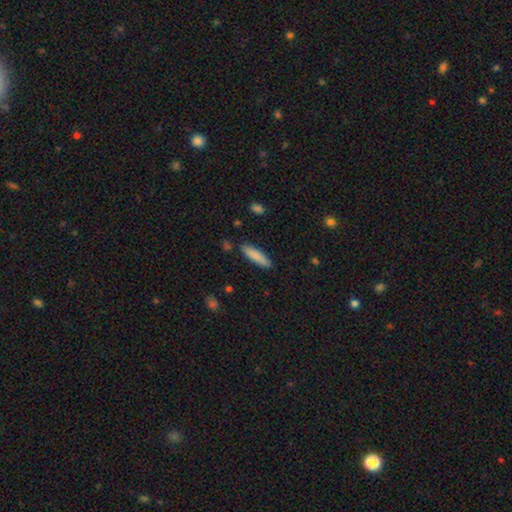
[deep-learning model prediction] The model was most divided on "how rounded": cigar-shaped: 72%, in between: 27%, round: 1%. More confident: merging — none (85%); smooth or featured — smooth (84%).